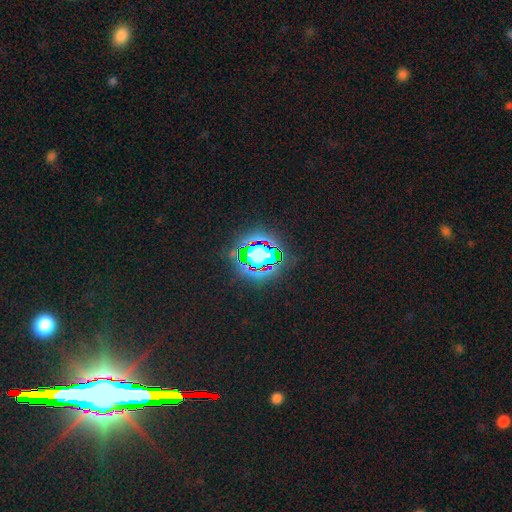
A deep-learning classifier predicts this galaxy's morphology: Smooth or featured? star or artifact (74%)